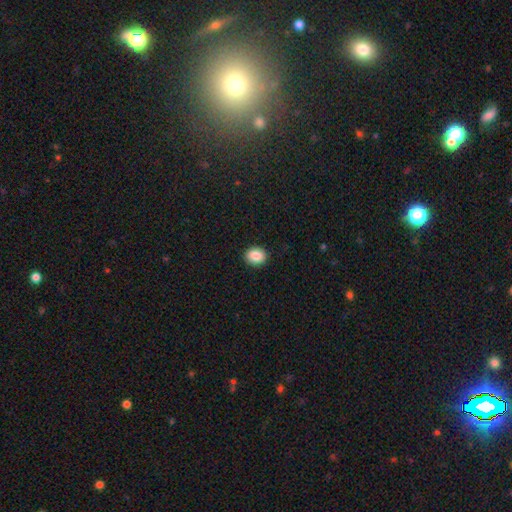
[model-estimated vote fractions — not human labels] A smooth galaxy with no disk features (87%) that is round (59%).

Vote fractions:
- Smooth or featured? smooth: 87% / star or artifact: 8% / featured or disk: 5%
- How rounded? round: 59% / in between: 40% / cigar-shaped: 1%
- Merging? none: 91% / minor disturbance: 6% / major disturbance: 2% / merger: 1%